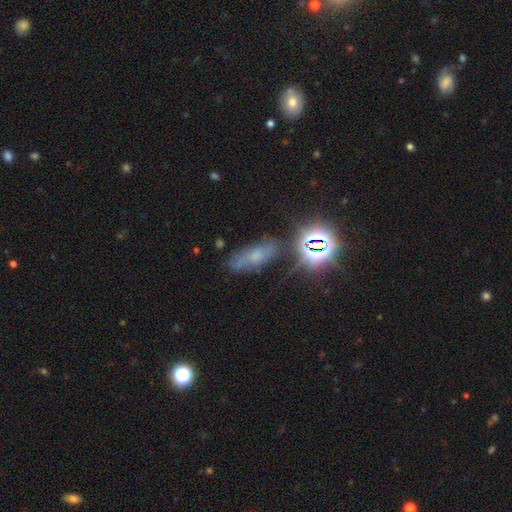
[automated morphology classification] A featured or disk galaxy (34%). Merging: none (61%).